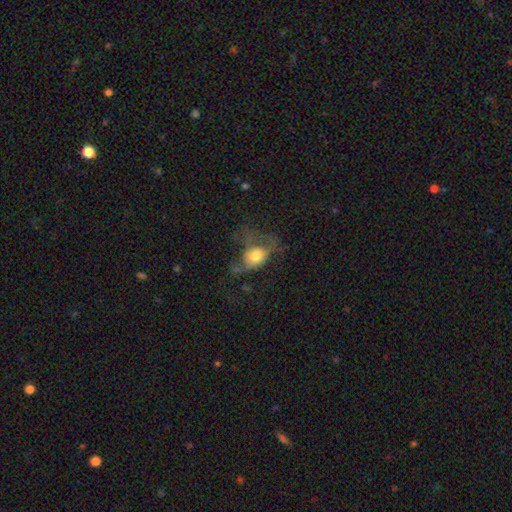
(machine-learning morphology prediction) Smooth or featured?
  - smooth: 62% *
  - featured or disk: 28%
  - star or artifact: 10%
How rounded?
  - in between: 60% *
  - round: 37%
  - cigar-shaped: 2%
Merging?
  - major disturbance: 49% *
  - none: 26%
  - minor disturbance: 22%
  - merger: 4%